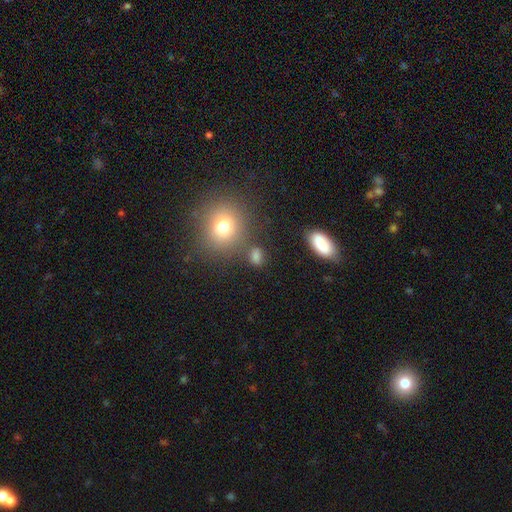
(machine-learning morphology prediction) A smooth galaxy with no disk features (74%) that is in between round and cigar-shaped (54%).

Vote fractions:
- Smooth or featured? smooth: 74% / star or artifact: 18% / featured or disk: 8%
- How rounded? in between: 54% / round: 41% / cigar-shaped: 5%
- Merging? none: 69% / minor disturbance: 13% / merger: 12% / major disturbance: 6%